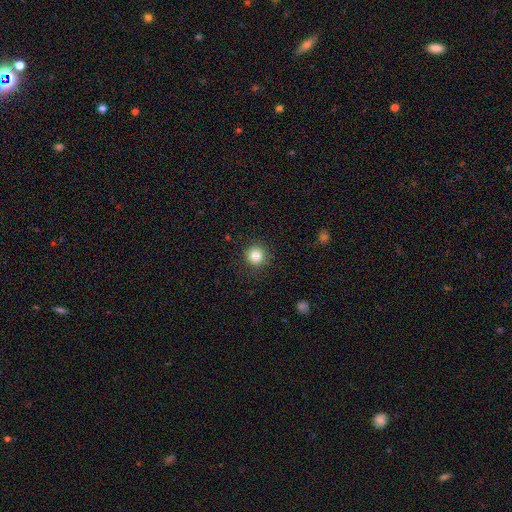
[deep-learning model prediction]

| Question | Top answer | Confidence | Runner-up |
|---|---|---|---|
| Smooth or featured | smooth | 82% | star or artifact (11%) |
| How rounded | round | 94% | in between (5%) |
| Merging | none | 89% | minor disturbance (7%) |